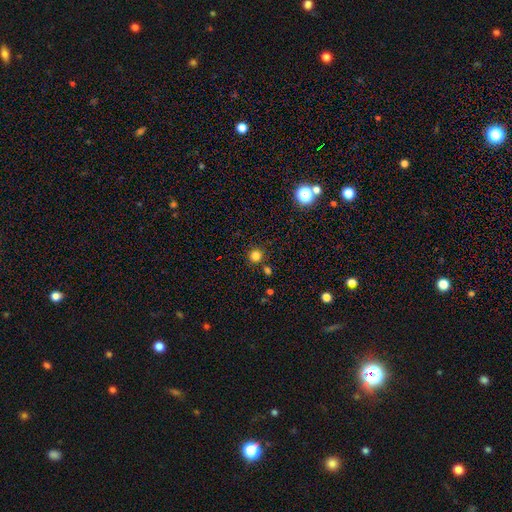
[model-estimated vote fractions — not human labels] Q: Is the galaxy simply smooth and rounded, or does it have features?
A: smooth — 80%.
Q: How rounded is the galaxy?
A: round — 93%.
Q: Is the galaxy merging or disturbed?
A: none — 86%.